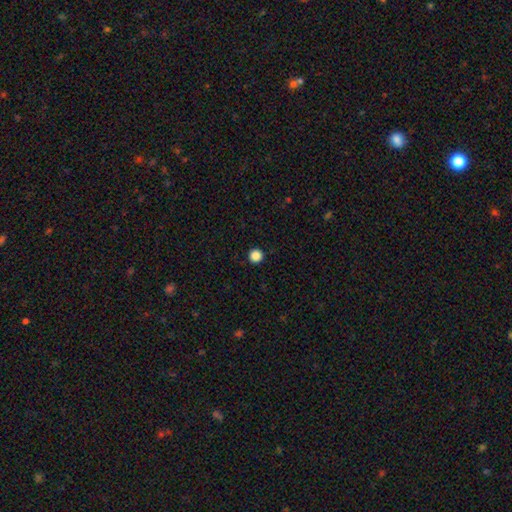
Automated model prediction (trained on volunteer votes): Smooth or featured? Predicted: smooth (p=0.87). How rounded? Predicted: round (p=0.96). Merging? Predicted: none (p=0.94).